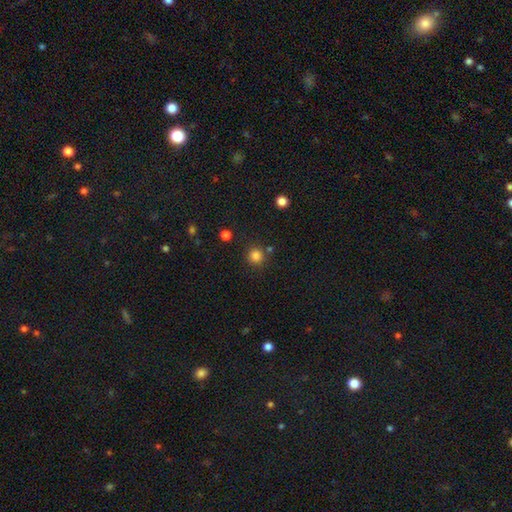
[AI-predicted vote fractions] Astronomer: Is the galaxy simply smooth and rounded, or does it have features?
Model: smooth — 83%.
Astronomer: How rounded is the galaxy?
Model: round — 93%.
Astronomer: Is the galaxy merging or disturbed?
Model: none — 84%.